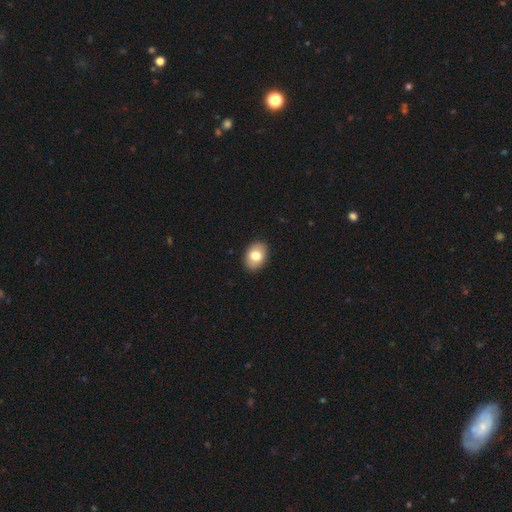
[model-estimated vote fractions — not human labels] smooth-or-featured: smooth: 78% | featured or disk: 14% | star or artifact: 8%
  how-rounded: in between: 78% | round: 21% | cigar-shaped: 1%
  merging: none: 90% | minor disturbance: 7% | major disturbance: 2% | merger: 1%